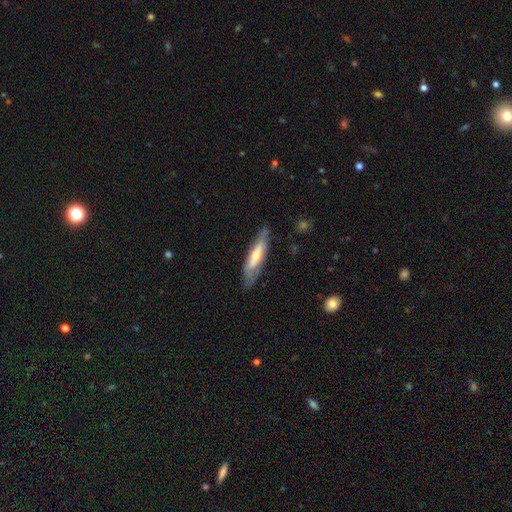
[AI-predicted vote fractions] smooth_or_featured: featured or disk (p=0.49) [alt: smooth p=0.45]
merging: none (p=0.76) [alt: minor disturbance p=0.18]